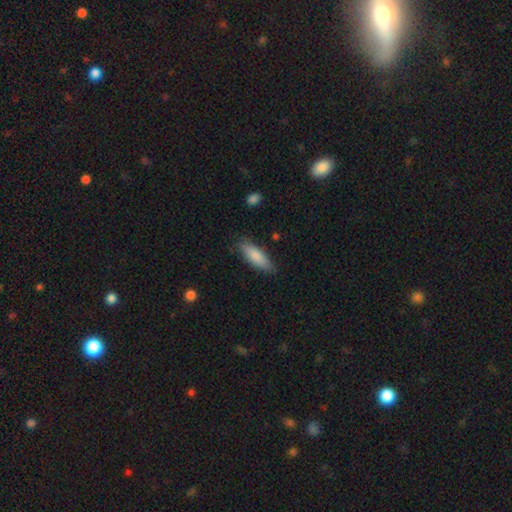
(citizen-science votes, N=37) Smooth or featured?
  - smooth: 86% *
  - featured or disk: 14%
  - star or artifact: 0%
How rounded?
  - in between: 50% *
  - cigar-shaped: 44%
  - round: 6%
Merging?
  - none: 86% *
  - minor disturbance: 11%
  - major disturbance: 3%
  - merger: 0%